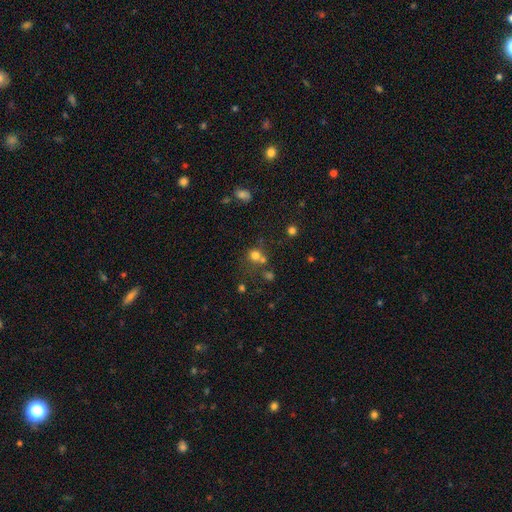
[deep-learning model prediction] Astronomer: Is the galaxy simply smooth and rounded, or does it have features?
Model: smooth — 71%.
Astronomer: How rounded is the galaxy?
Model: round — 84%.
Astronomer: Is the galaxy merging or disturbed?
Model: none — 52% (runner-up: merger, 31%).